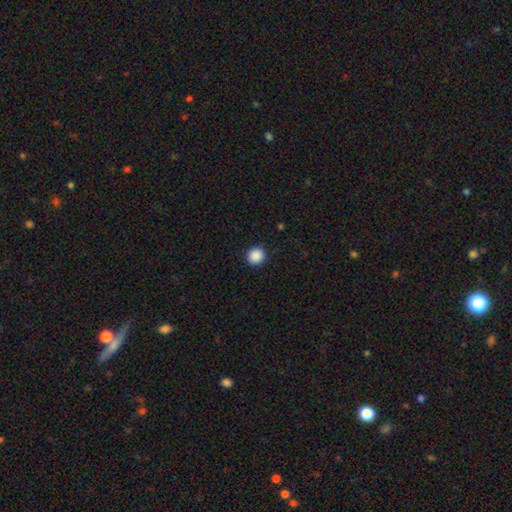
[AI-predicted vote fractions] Smooth or featured?
  - smooth: 89% *
  - star or artifact: 9%
  - featured or disk: 2%
How rounded?
  - round: 93% *
  - in between: 6%
  - cigar-shaped: 1%
Merging?
  - none: 93% *
  - minor disturbance: 5%
  - major disturbance: 2%
  - merger: 1%